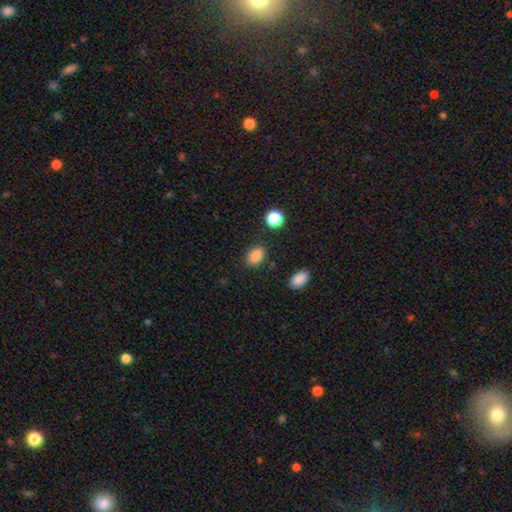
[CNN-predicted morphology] Smooth or featured? Predicted: smooth (p=0.86). How rounded? Predicted: in between (p=0.79). Merging? Predicted: none (p=0.83).